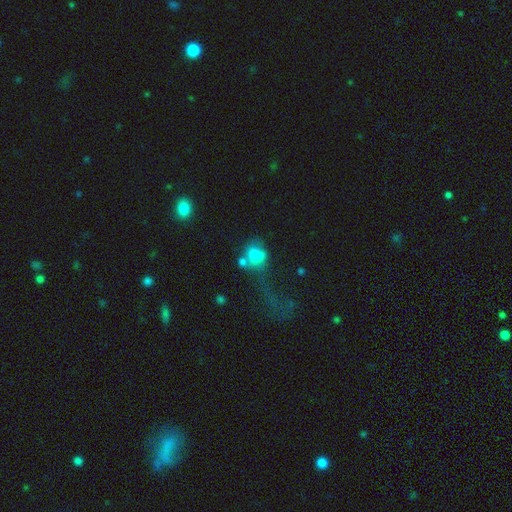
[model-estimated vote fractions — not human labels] This appears to be a smooth galaxy with no disk features (59%) that is in between round and cigar-shaped (62%). Merging: major disturbance (41%).